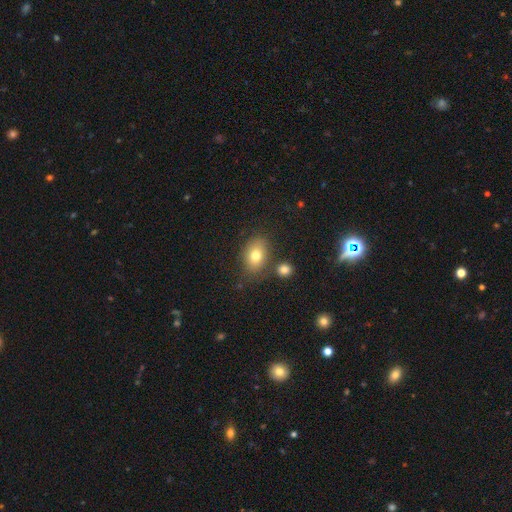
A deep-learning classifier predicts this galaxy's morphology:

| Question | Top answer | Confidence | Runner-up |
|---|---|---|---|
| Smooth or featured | smooth | 77% | featured or disk (14%) |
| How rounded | in between | 77% | round (22%) |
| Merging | none | 73% | minor disturbance (13%) |